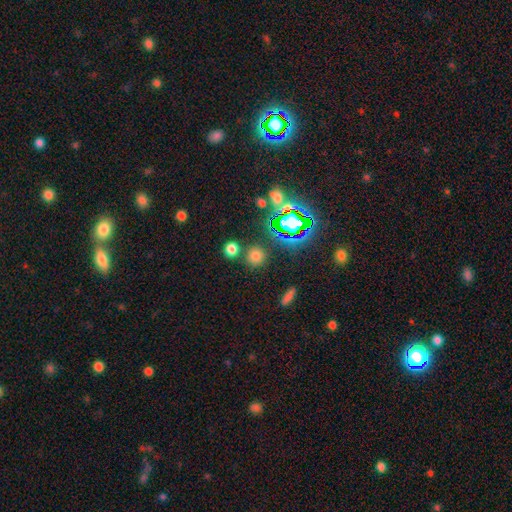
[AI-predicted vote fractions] Smooth or featured? Predicted: smooth (p=0.70). How rounded? Predicted: round (p=0.91). Merging? Predicted: none (p=0.81).